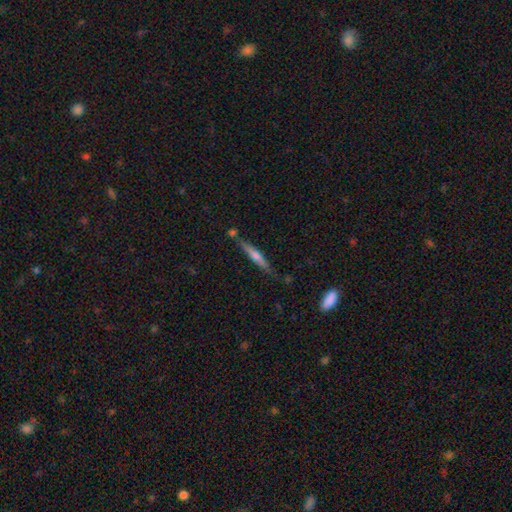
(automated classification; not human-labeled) Smooth or featured? Predicted: featured or disk (p=0.59). Edge-on disk? Predicted: yes (p=0.97). Edge-on bulge? Predicted: rounded (p=0.72). Merging? Predicted: none (p=0.77).